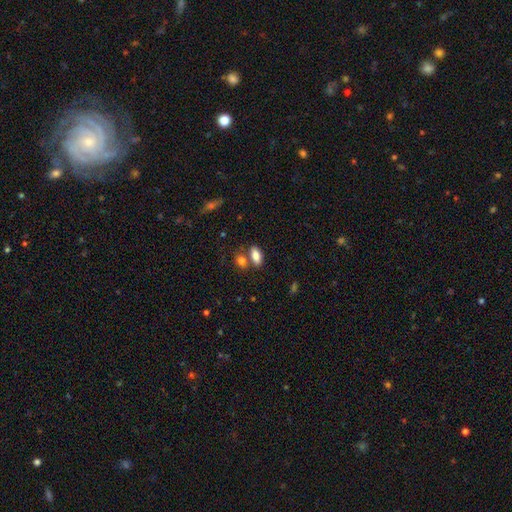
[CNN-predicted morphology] Smooth or featured: smooth — 83% (featured or disk — 9%)
How rounded: in between — 86% (cigar-shaped — 9%)
Merging: none — 62% (merger — 24%)